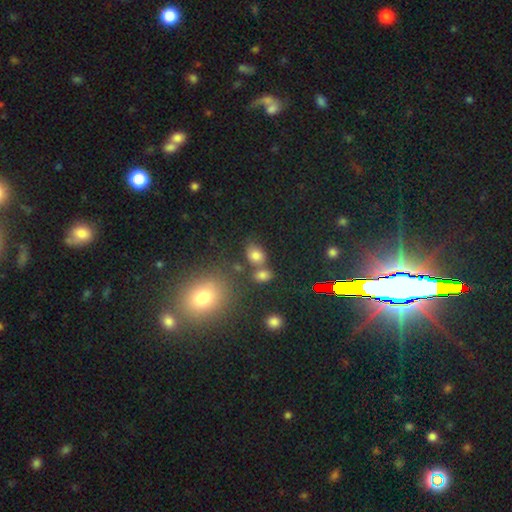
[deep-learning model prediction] A smooth galaxy with no disk features (74%) that is in between round and cigar-shaped (67%). Merging: none (59%).